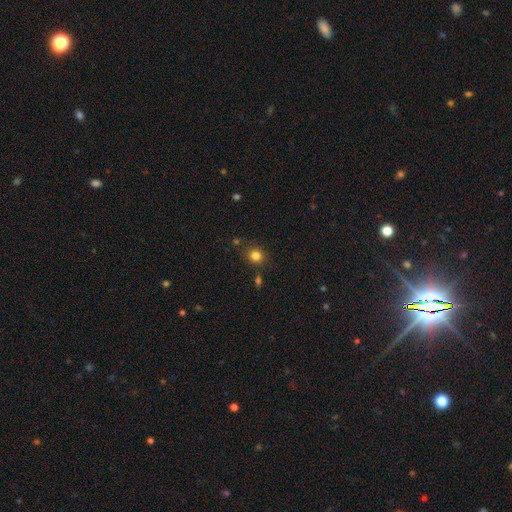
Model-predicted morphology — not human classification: Smooth or featured? smooth (81%)
How rounded? round (79%)
Merging? none (81%)